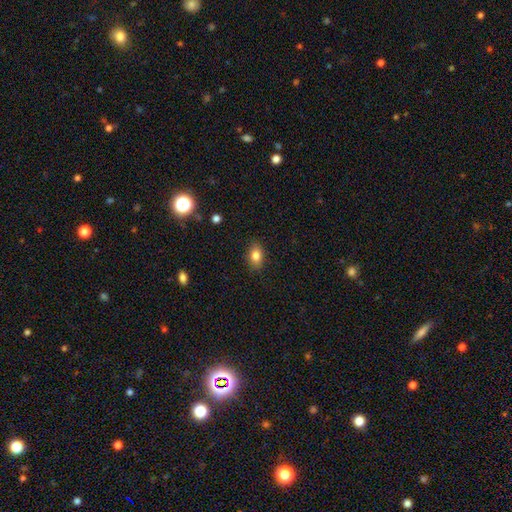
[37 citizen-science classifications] smooth-or-featured: smooth: 78% | featured or disk: 11% | star or artifact: 11%
  how-rounded: in between: 86% | round: 14% | cigar-shaped: 0%
  merging: none: 88% | minor disturbance: 9% | major disturbance: 3% | merger: 0%